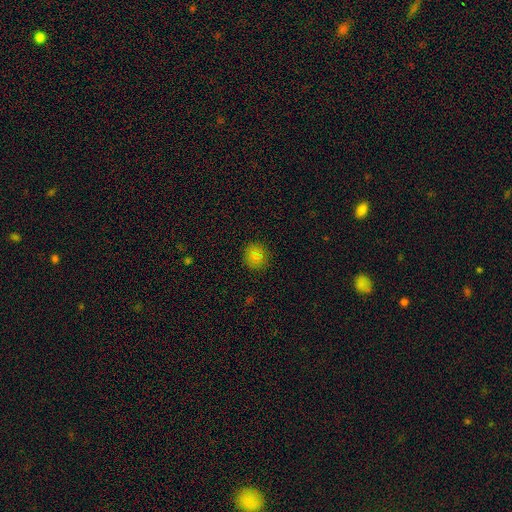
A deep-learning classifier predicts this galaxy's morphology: Q: Smooth or featured?
A: smooth (80%); runner-up: star or artifact (14%)
Q: How rounded?
A: round (85%); runner-up: in between (14%)
Q: Merging?
A: none (88%); runner-up: minor disturbance (8%)